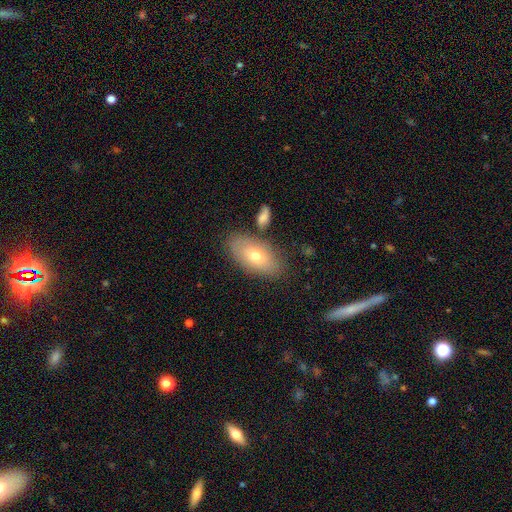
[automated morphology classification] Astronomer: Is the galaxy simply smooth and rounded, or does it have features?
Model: smooth — 67%.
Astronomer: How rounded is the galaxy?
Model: in between — 92%.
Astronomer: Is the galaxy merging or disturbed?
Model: none — 77%.